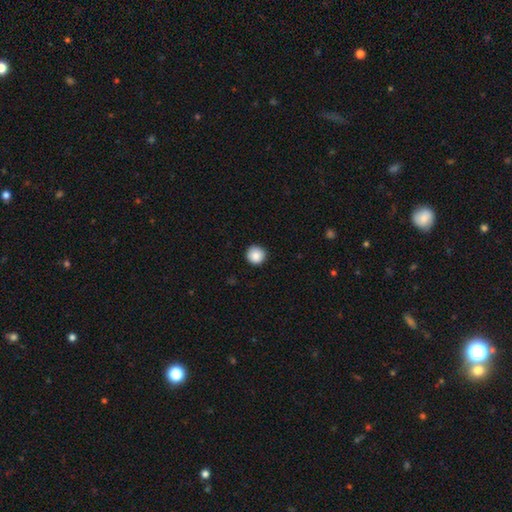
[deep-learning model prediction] A smooth galaxy with no disk features (87%) that is round (95%).

Vote fractions:
- Smooth or featured? smooth: 87% / star or artifact: 9% / featured or disk: 4%
- How rounded? round: 95% / in between: 4% / cigar-shaped: 1%
- Merging? none: 91% / minor disturbance: 6% / major disturbance: 2% / merger: 1%